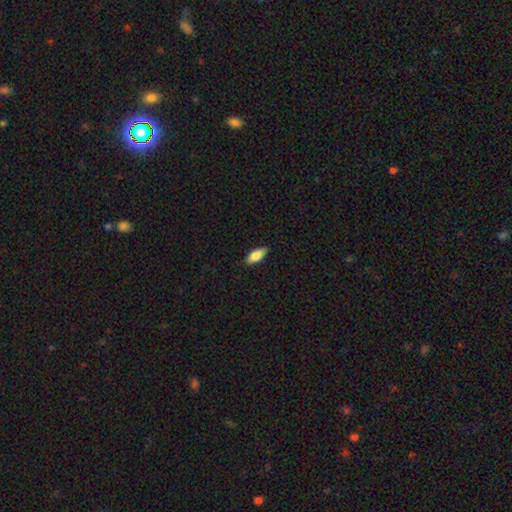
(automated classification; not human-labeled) smooth 81%, featured or disk 13%, star or artifact 6%. Down the decision tree: how rounded — in between (85%); merging — none (88%).